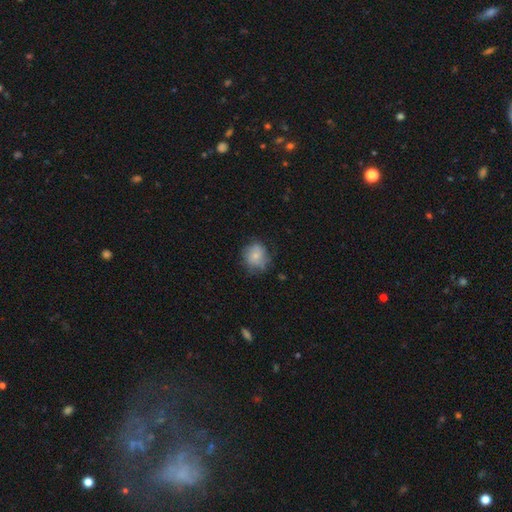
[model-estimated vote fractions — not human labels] smooth-or-featured: smooth: 69% | featured or disk: 22% | star or artifact: 9%
  how-rounded: round: 79% | in between: 20% | cigar-shaped: 1%
  merging: none: 61% | minor disturbance: 27% | major disturbance: 11% | merger: 1%